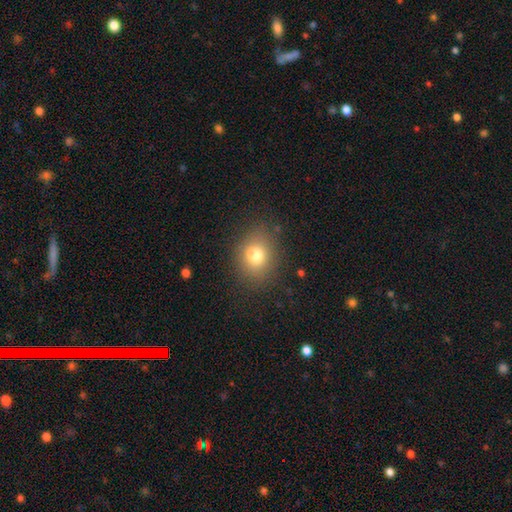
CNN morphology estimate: Smooth or featured?
  - smooth: 71% *
  - featured or disk: 17%
  - star or artifact: 13%
How rounded?
  - in between: 53% *
  - round: 45%
  - cigar-shaped: 1%
Merging?
  - none: 64% *
  - merger: 16%
  - minor disturbance: 15%
  - major disturbance: 6%